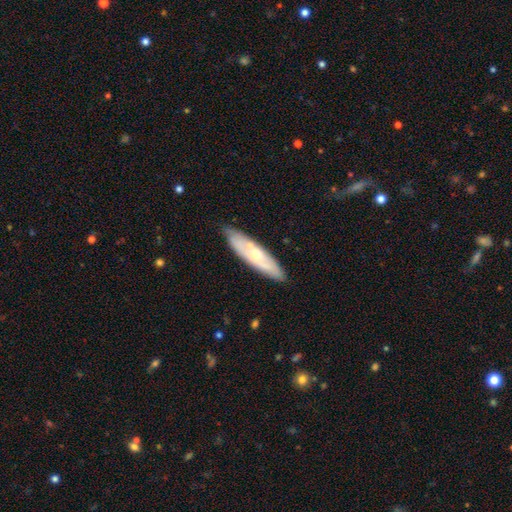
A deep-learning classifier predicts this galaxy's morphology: Smooth or featured: smooth — 48% (featured or disk — 46%)
Merging: none — 76% (minor disturbance — 15%)